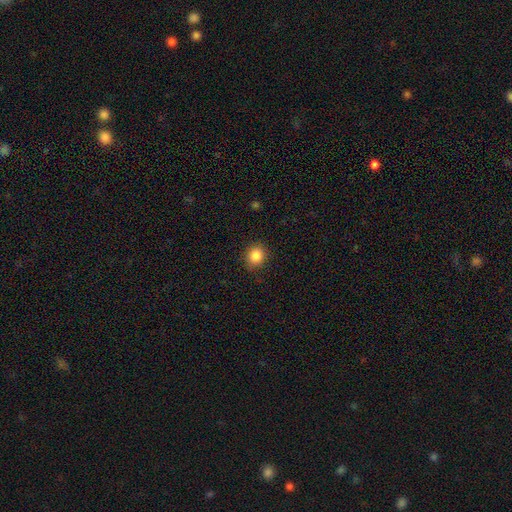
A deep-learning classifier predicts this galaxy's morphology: smooth_or_featured: smooth (p=0.86) [alt: star or artifact p=0.10]
how_rounded: round (p=0.74) [alt: in between p=0.25]
merging: none (p=0.86) [alt: minor disturbance p=0.10]